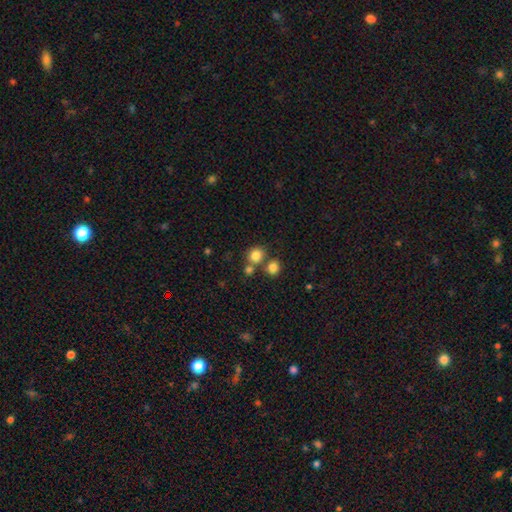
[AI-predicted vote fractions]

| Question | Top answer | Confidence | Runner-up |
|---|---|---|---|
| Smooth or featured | smooth | 81% | star or artifact (13%) |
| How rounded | round | 82% | in between (17%) |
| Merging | none | 63% | merger (25%) |